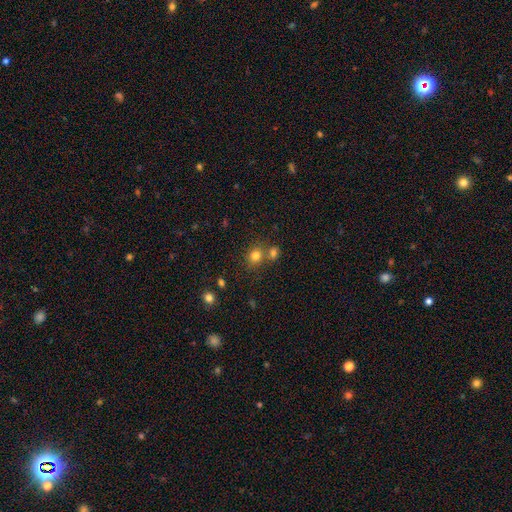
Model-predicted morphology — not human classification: smooth 78%, star or artifact 14%, featured or disk 7%. Down the decision tree: how rounded — round (78%); merging — none (58%).